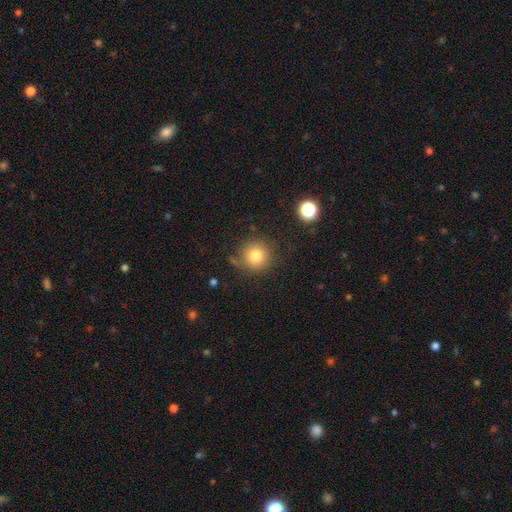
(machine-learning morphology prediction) A smooth galaxy with no disk features (79%) that is round (94%). Merging: none (82%).